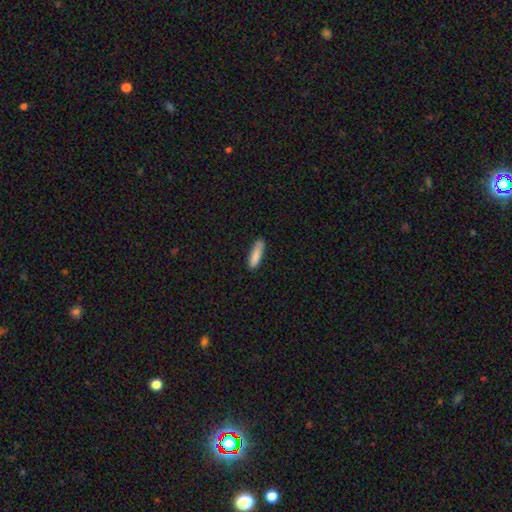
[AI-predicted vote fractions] Morphology: type=smooth (87%); roundness=cigar-shaped (68%); merging=none (80%).